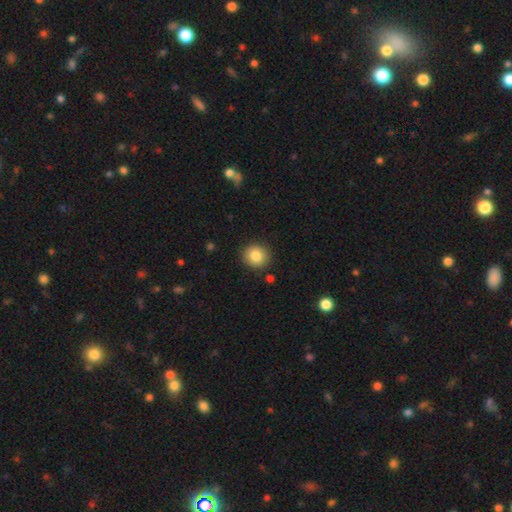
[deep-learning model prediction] smooth_or_featured: smooth (p=0.86) [alt: star or artifact p=0.09]
how_rounded: round (p=0.85) [alt: in between p=0.14]
merging: none (p=0.89) [alt: minor disturbance p=0.08]